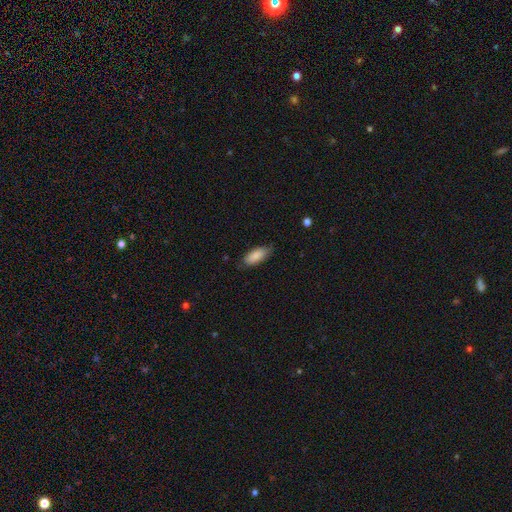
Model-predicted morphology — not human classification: A smooth galaxy with no disk features (86%) that is in between round and cigar-shaped (83%).

Vote fractions:
- Smooth or featured? smooth: 86% / featured or disk: 8% / star or artifact: 6%
- How rounded? in between: 83% / cigar-shaped: 16% / round: 2%
- Merging? none: 77% / minor disturbance: 19% / major disturbance: 3% / merger: 1%